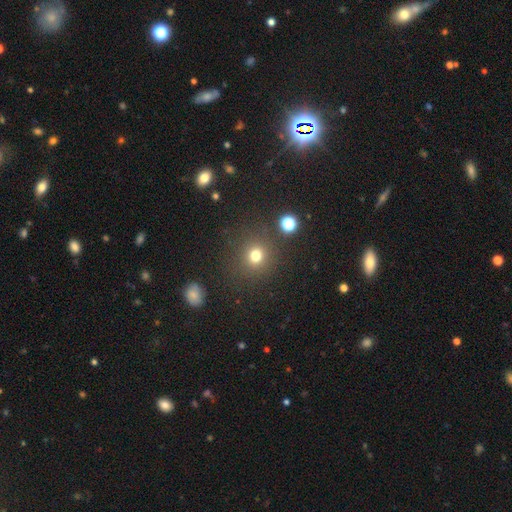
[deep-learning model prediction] The model was most divided on "smooth or featured": smooth: 75%, star or artifact: 19%, featured or disk: 7%. More confident: how rounded — round (90%); merging — none (86%).